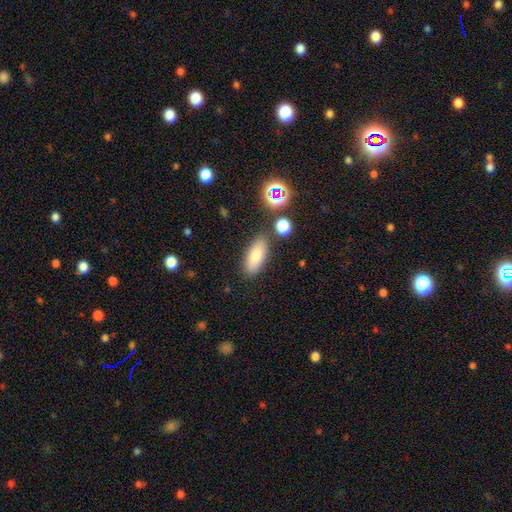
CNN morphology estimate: Smooth or featured? smooth (75%)
How rounded? in between (80%)
Merging? none (81%)